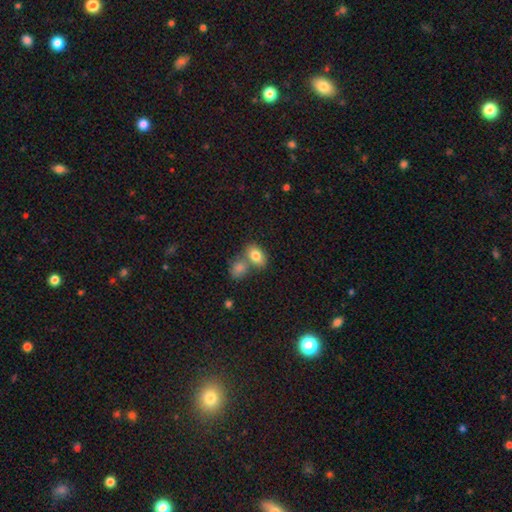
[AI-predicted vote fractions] The model was most divided on "merging": none: 46%, merger: 41%, minor disturbance: 10%, major disturbance: 3%. More confident: how rounded — in between (85%); smooth or featured — smooth (81%).